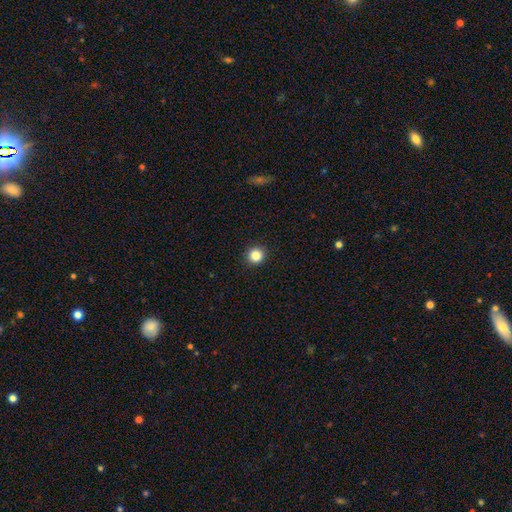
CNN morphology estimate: A smooth galaxy with no disk features (85%) that is round (94%).

Vote fractions:
- Smooth or featured? smooth: 85% / star or artifact: 11% / featured or disk: 4%
- How rounded? round: 94% / in between: 5% / cigar-shaped: 1%
- Merging? none: 93% / minor disturbance: 5% / major disturbance: 2% / merger: 1%